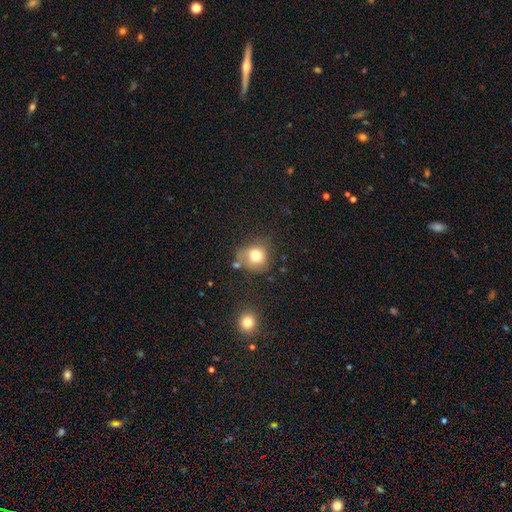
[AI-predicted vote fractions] This appears to be a smooth galaxy with no disk features (76%) that is round (77%). Merging: none (58%).